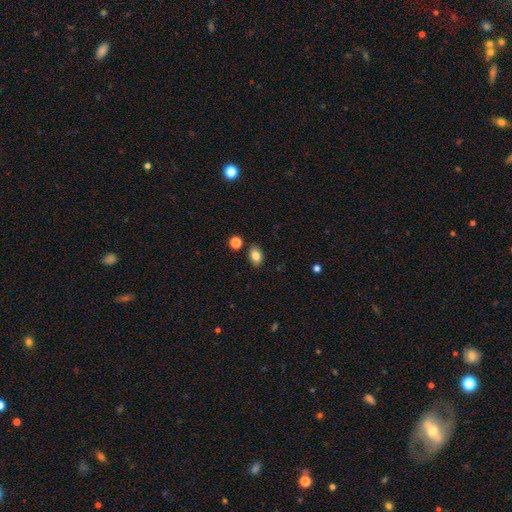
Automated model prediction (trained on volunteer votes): Q: Smooth or featured?
A: smooth (83%); runner-up: star or artifact (10%)
Q: How rounded?
A: in between (79%); runner-up: round (20%)
Q: Merging?
A: none (85%); runner-up: minor disturbance (9%)